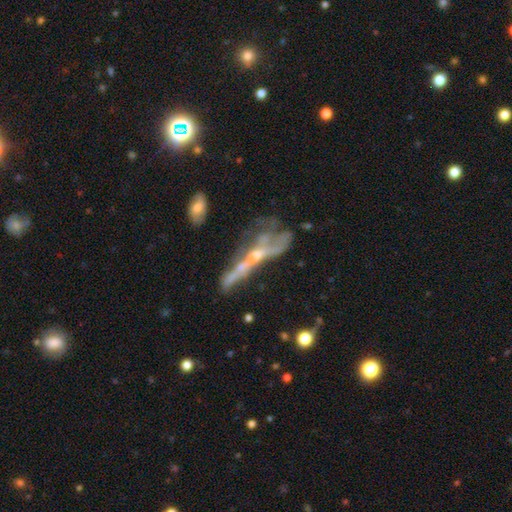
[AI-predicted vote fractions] A featured or disk galaxy (65%) viewed edge-on (52%). Merging: major disturbance (31%).